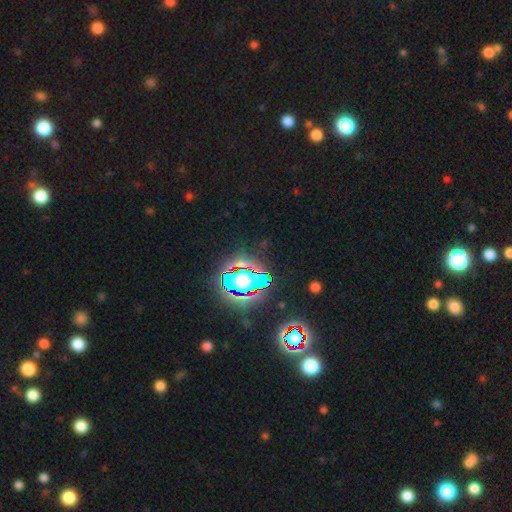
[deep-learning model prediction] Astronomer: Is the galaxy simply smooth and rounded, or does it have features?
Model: star or artifact — 81%.